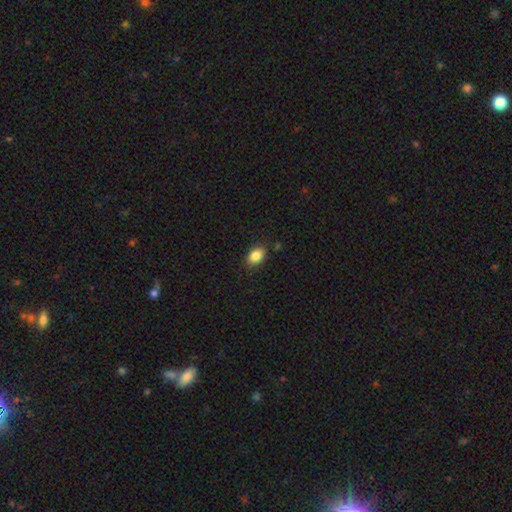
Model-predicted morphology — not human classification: A smooth galaxy with no disk features (85%) that is in between round and cigar-shaped (80%). Merging: none (85%).